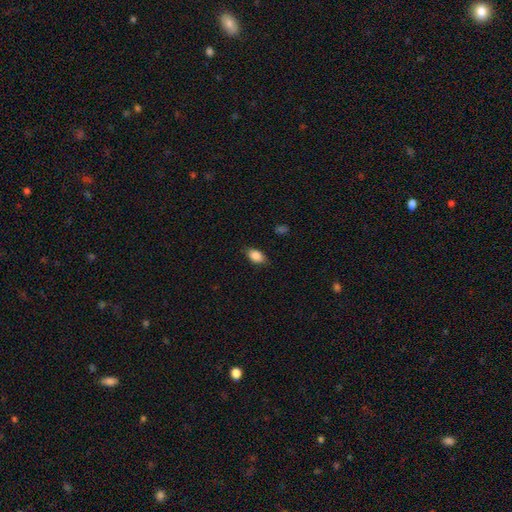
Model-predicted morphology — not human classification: A smooth galaxy with no disk features (88%) that is in between round and cigar-shaped (88%).

Vote fractions:
- Smooth or featured? smooth: 88% / star or artifact: 7% / featured or disk: 5%
- How rounded? in between: 88% / round: 9% / cigar-shaped: 2%
- Merging? none: 82% / minor disturbance: 14% / major disturbance: 3% / merger: 1%